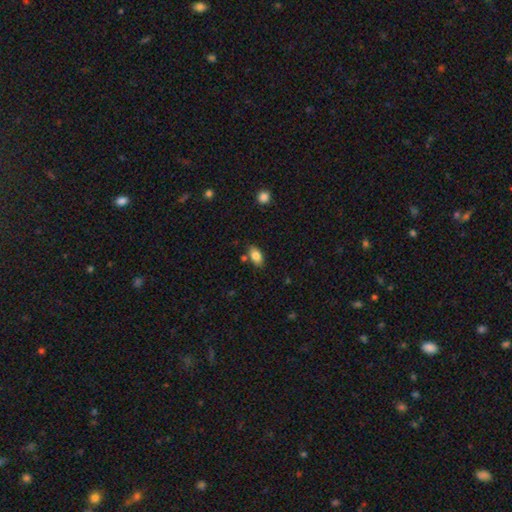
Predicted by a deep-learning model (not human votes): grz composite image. It shows a smooth galaxy with no disk features (84%) that is in between round and cigar-shaped (92%). Merging: none (79%).